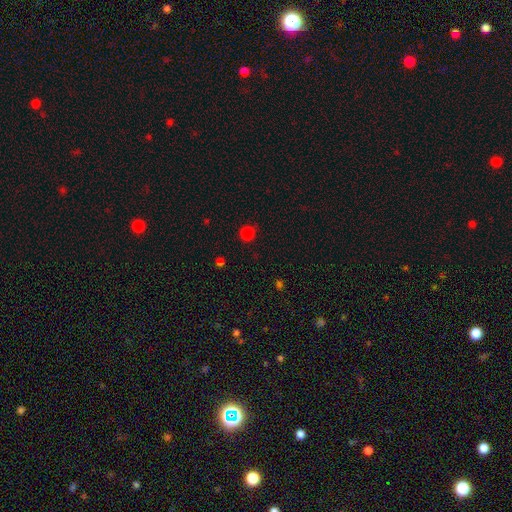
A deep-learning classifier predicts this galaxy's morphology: Smooth or featured? smooth (74%)
How rounded? round (92%)
Merging? none (90%)